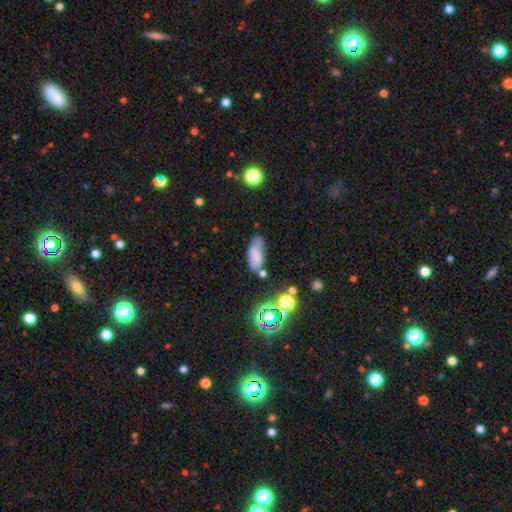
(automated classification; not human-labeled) smooth-or-featured: smooth: 74% | star or artifact: 13% | featured or disk: 13%
  how-rounded: in between: 80% | cigar-shaped: 17% | round: 3%
  merging: none: 57% | minor disturbance: 26% | major disturbance: 9% | merger: 8%